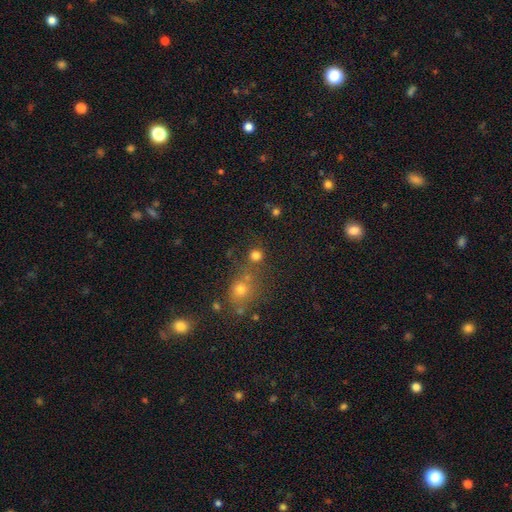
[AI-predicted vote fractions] This appears to be a smooth galaxy with no disk features (77%) that is round (90%). Merging: none (70%).